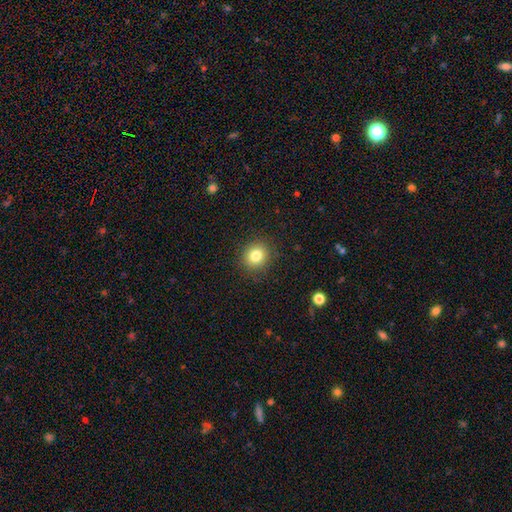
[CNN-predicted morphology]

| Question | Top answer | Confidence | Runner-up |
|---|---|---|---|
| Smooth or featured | smooth | 81% | star or artifact (11%) |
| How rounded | round | 81% | in between (18%) |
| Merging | none | 89% | minor disturbance (8%) |